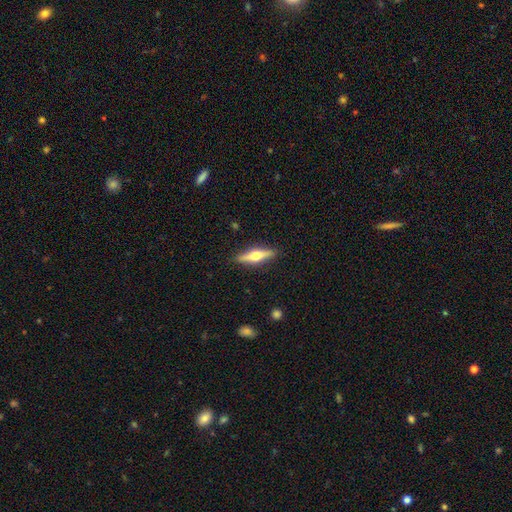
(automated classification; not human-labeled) Morphology: type=featured or disk (64%); edge-on=yes (96%); edge-on bulge=rounded (95%); merging=none (90%).